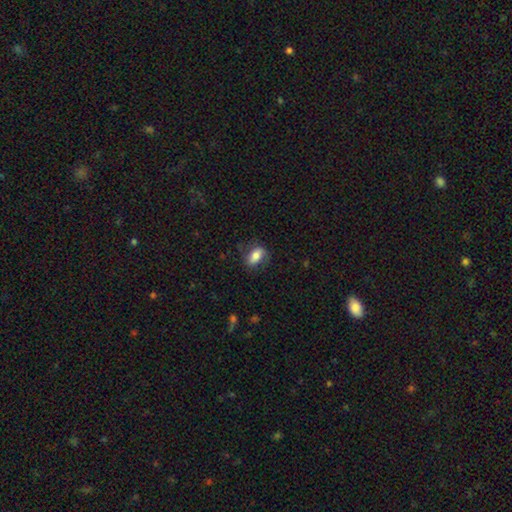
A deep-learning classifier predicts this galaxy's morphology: This appears to be a smooth galaxy with no disk features (67%) that is in between round and cigar-shaped (85%). Merging: none (71%).